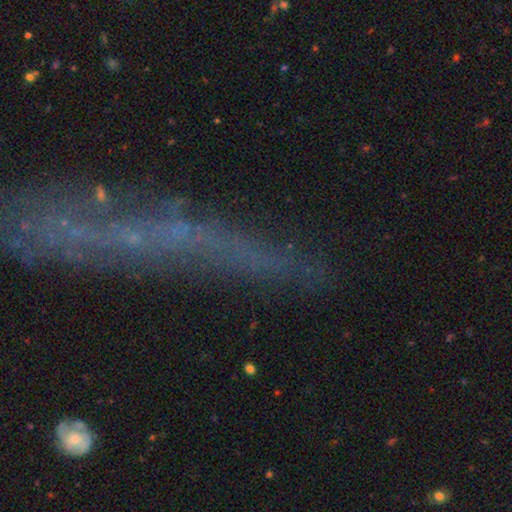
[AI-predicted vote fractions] A featured or disk galaxy (37%).

Vote fractions:
- Smooth or featured? featured or disk: 37% / star or artifact: 36% / smooth: 27%
- Merging? none: 64% / minor disturbance: 16% / major disturbance: 13% / merger: 7%